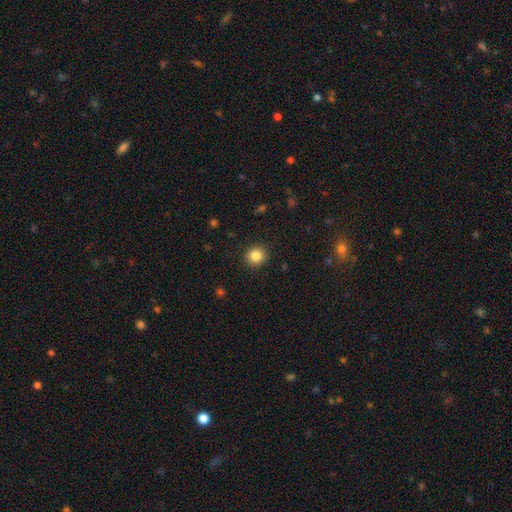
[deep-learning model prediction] This appears to be a smooth galaxy with no disk features (85%) that is round (89%). Merging: none (91%).